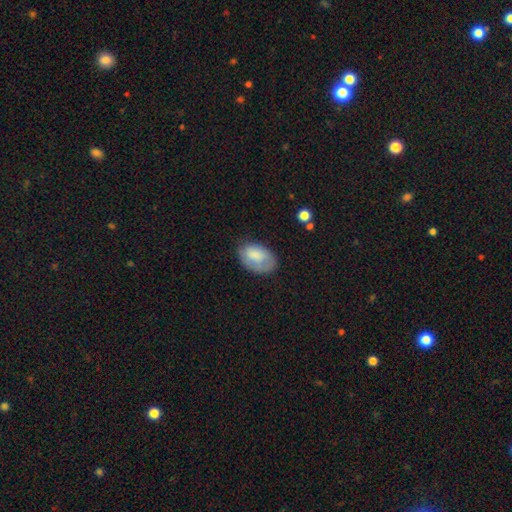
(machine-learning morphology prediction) Smooth or featured? Predicted: smooth (p=0.78). How rounded? Predicted: in between (p=0.90). Merging? Predicted: none (p=0.60).